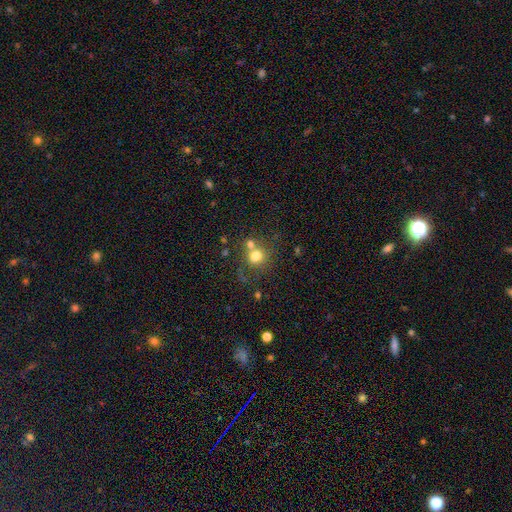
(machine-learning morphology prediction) Q: Smooth or featured?
A: smooth (74%); runner-up: star or artifact (14%)
Q: How rounded?
A: round (80%); runner-up: in between (19%)
Q: Merging?
A: none (50%); runner-up: merger (35%)